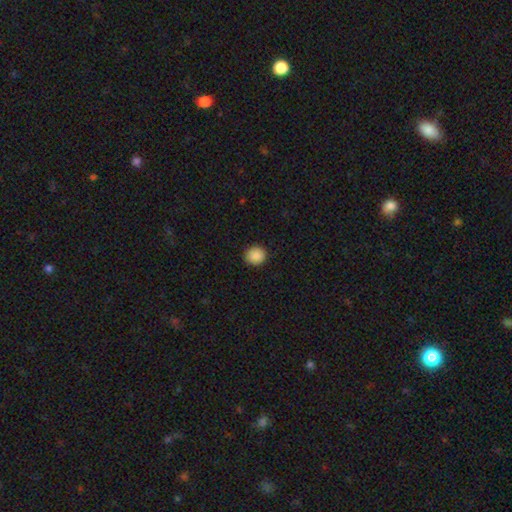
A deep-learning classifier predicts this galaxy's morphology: This is clearly a smooth galaxy (89%). How rounded: clearly round (84%). Merging: clearly none (90%).